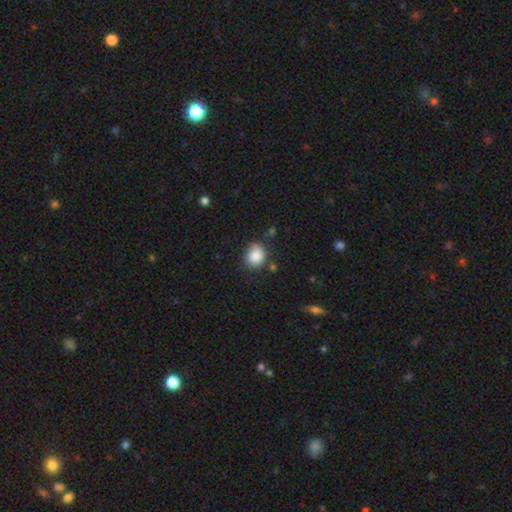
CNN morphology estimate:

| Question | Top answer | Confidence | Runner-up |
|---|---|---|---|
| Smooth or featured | smooth | 86% | star or artifact (9%) |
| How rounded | round | 62% | in between (37%) |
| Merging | none | 72% | minor disturbance (20%) |